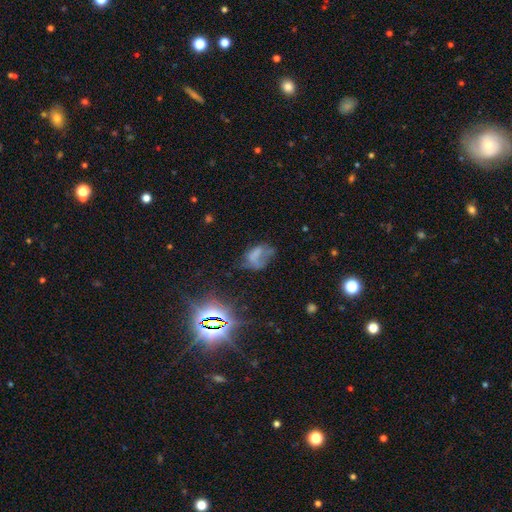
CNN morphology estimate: Smooth or featured: smooth — 50% (featured or disk — 30%)
How rounded: in between — 82% (round — 16%)
Merging: major disturbance — 39% (none — 27%)